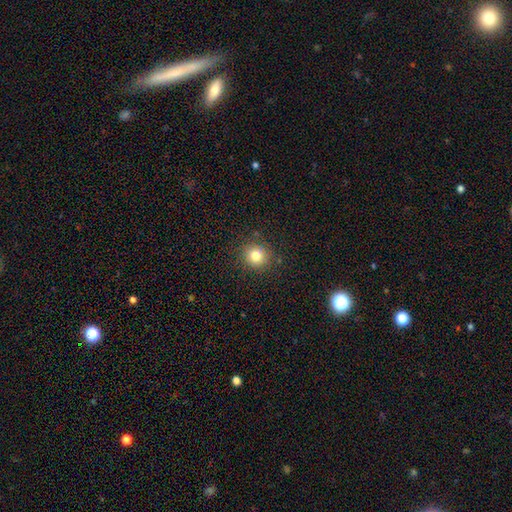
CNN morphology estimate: This appears to be a smooth galaxy with no disk features (80%) that is round (91%). Merging: none (88%).